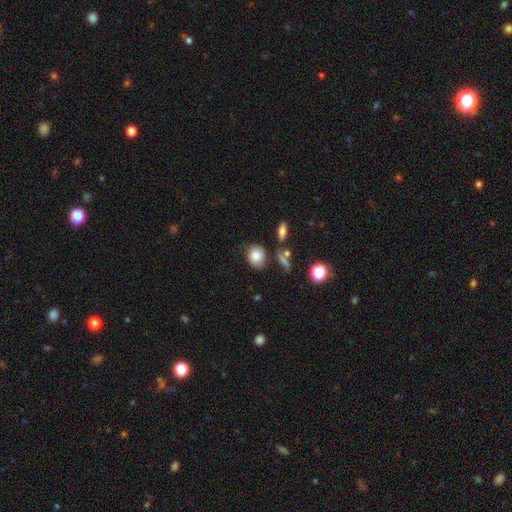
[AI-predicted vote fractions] Smooth or featured? smooth (81%)
How rounded? round (60%)
Merging? none (70%)